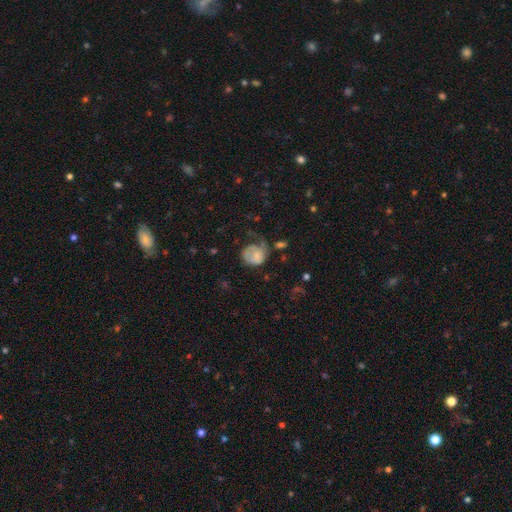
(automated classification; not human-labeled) smooth 60%, featured or disk 31%, star or artifact 9%. Down the decision tree: how rounded — round (65%); merging — major disturbance (43%).